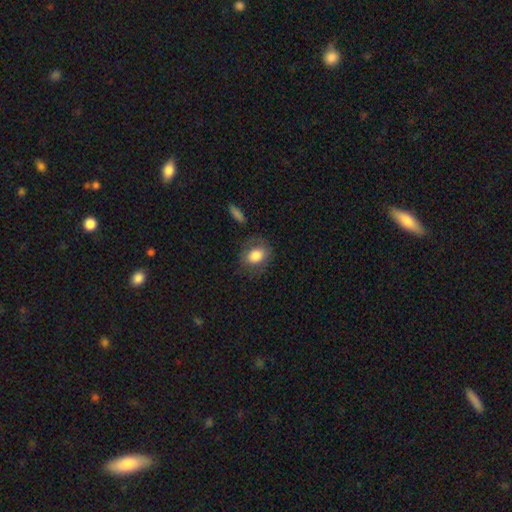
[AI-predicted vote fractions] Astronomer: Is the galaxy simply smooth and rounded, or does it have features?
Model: smooth — 80%.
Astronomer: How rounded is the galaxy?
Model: in between — 60% (runner-up: round, 38%).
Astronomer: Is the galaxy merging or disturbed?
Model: none — 73%.